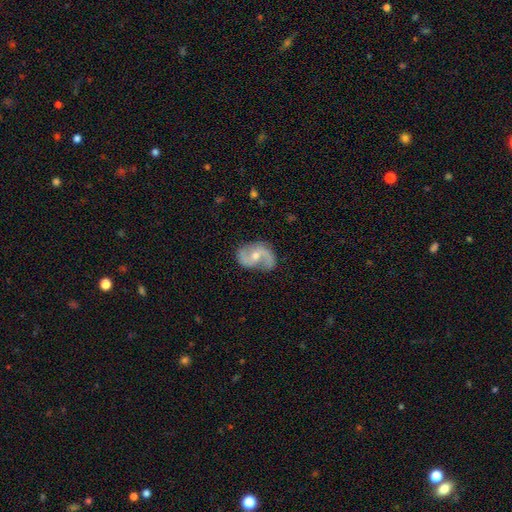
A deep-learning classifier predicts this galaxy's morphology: Q: Smooth or featured?
A: featured or disk (85%); runner-up: smooth (10%)
Q: Edge-on disk?
A: no (97%); runner-up: yes (3%)
Q: Bar?
A: no (48%); runner-up: weak (40%)
Q: Spiral arms?
A: yes (95%); runner-up: no (5%)
Q: Spiral winding?
A: loose (51%); runner-up: medium (39%)
Q: Spiral arm count?
A: 2 (91%); runner-up: 1 (3%)
Q: Bulge size?
A: moderate (56%); runner-up: small (40%)
Q: Merging?
A: none (75%); runner-up: minor disturbance (17%)